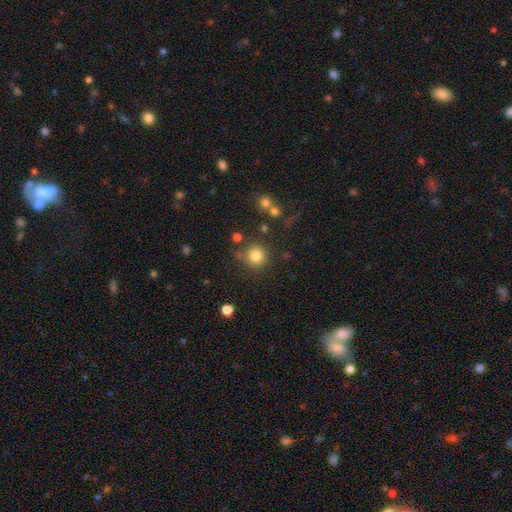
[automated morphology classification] A smooth galaxy with no disk features (82%) that is round (92%). Merging: none (77%).